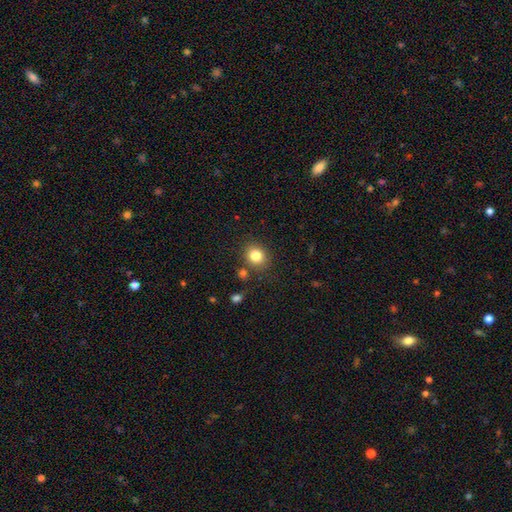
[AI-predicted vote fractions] Smooth or featured? smooth (82%)
How rounded? round (74%)
Merging? none (82%)